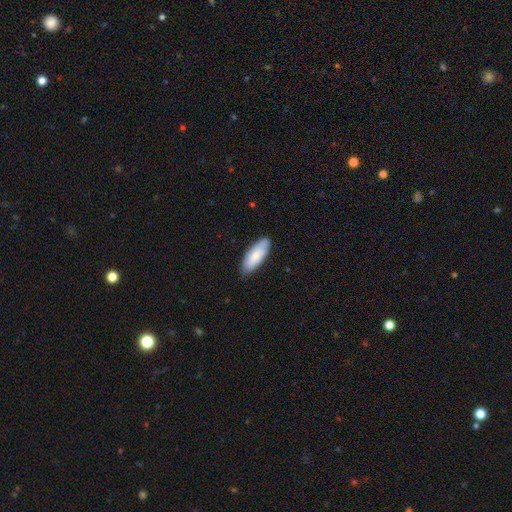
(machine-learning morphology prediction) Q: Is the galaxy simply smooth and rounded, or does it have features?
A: smooth — 78%.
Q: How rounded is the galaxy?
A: in between — 73%.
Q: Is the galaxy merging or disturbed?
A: none — 85%.